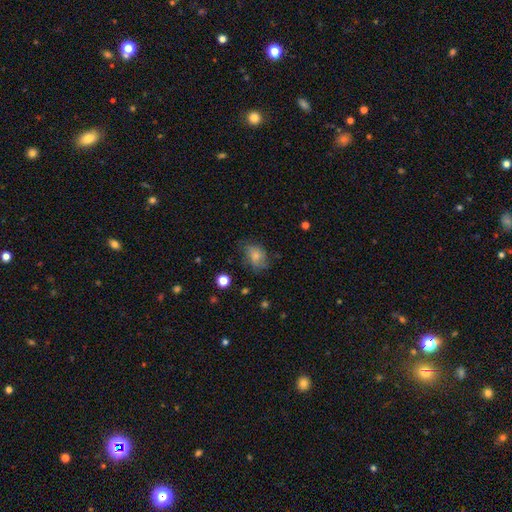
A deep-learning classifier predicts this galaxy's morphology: Q: Smooth or featured?
A: smooth (74%); runner-up: featured or disk (16%)
Q: How rounded?
A: in between (71%); runner-up: round (27%)
Q: Merging?
A: none (58%); runner-up: minor disturbance (29%)